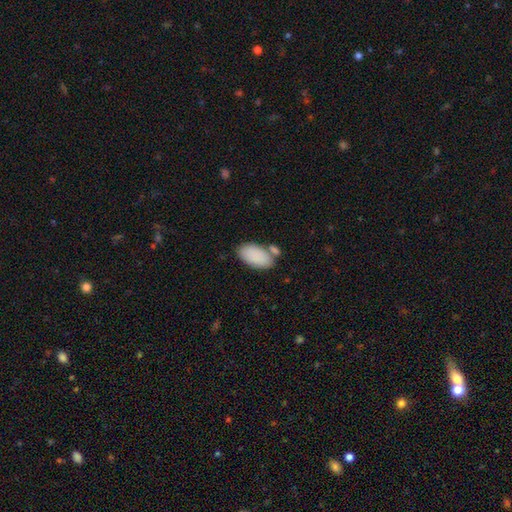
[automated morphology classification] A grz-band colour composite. It shows a smooth galaxy with no disk features (88%) that is in between round and cigar-shaped (95%). Merging: none (64%).